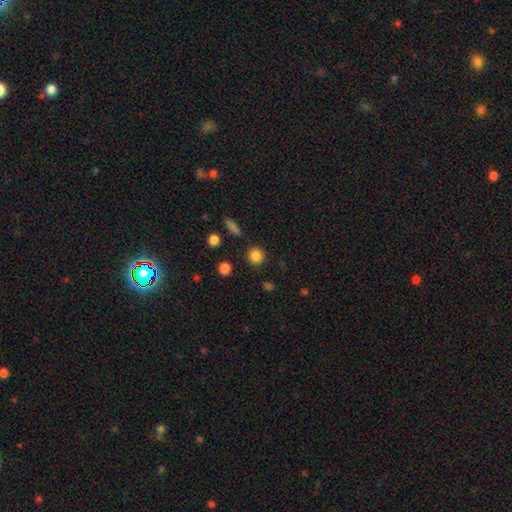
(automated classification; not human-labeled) The model was most divided on "smooth or featured": smooth: 85%, star or artifact: 11%, featured or disk: 4%. More confident: how rounded — round (90%); merging — none (89%).